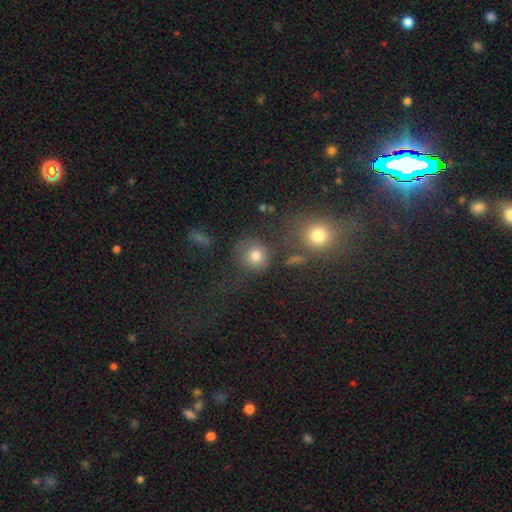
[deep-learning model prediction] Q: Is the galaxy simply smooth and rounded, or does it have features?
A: smooth — 76%.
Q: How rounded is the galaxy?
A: round — 85%.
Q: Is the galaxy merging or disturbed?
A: none — 62%.